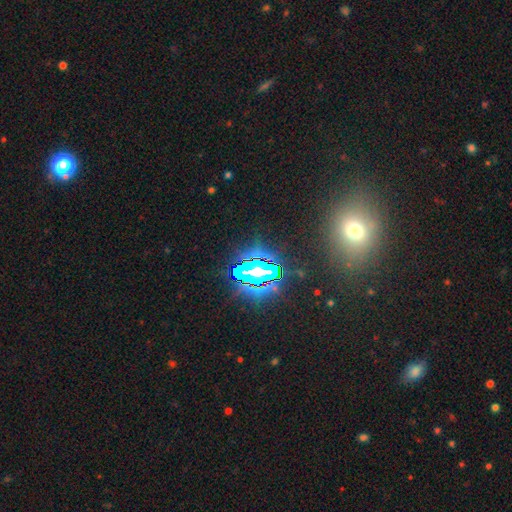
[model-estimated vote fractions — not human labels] smooth-or-featured: star or artifact: 78% | smooth: 13% | featured or disk: 10%